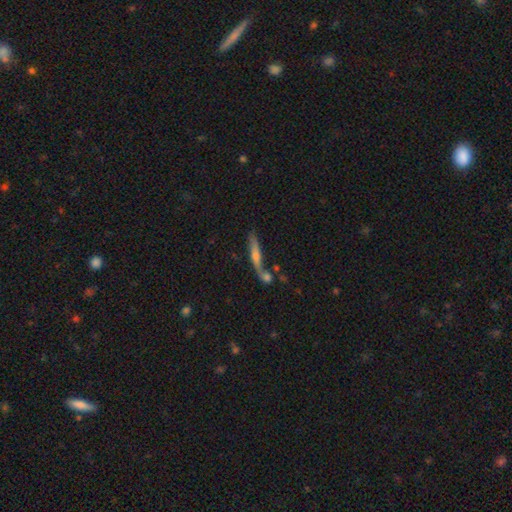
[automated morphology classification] featured or disk 57%, smooth 33%, star or artifact 10%. Down the decision tree: edge-on disk — yes (87%); merging — none (55%).